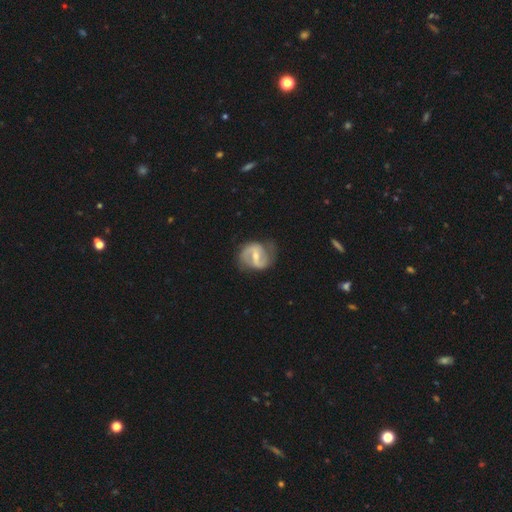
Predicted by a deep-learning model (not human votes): Morphology: type=featured or disk (84%); edge-on=no (98%); bar=weak (45%); spiral arms=yes (93%); winding=medium (50%); arm count=2 (89%); bulge=small (49%); merging=none (71%).